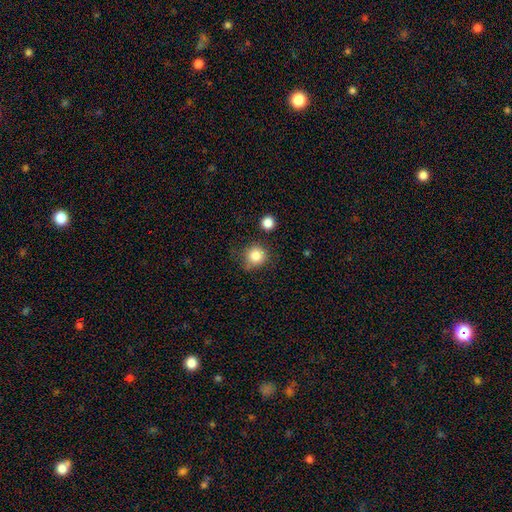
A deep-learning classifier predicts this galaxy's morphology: A smooth galaxy with no disk features (84%) that is round (92%).

Vote fractions:
- Smooth or featured? smooth: 84% / star or artifact: 11% / featured or disk: 6%
- How rounded? round: 92% / in between: 7% / cigar-shaped: 1%
- Merging? none: 72% / minor disturbance: 17% / merger: 6% / major disturbance: 5%